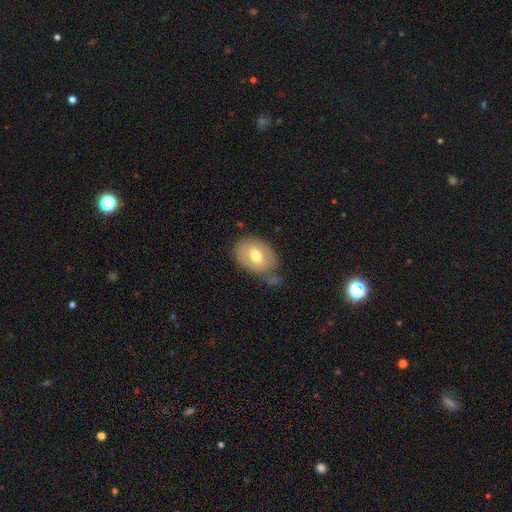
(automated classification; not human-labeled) smooth-or-featured: smooth: 64% | featured or disk: 29% | star or artifact: 7%
  how-rounded: in between: 73% | round: 25% | cigar-shaped: 1%
  merging: none: 62% | minor disturbance: 21% | merger: 9% | major disturbance: 7%